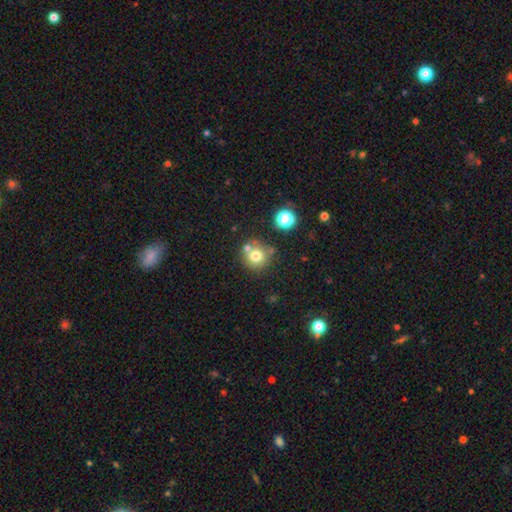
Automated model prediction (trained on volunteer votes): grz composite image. It shows a smooth galaxy with no disk features (72%) that is round (91%). Merging: none (65%).